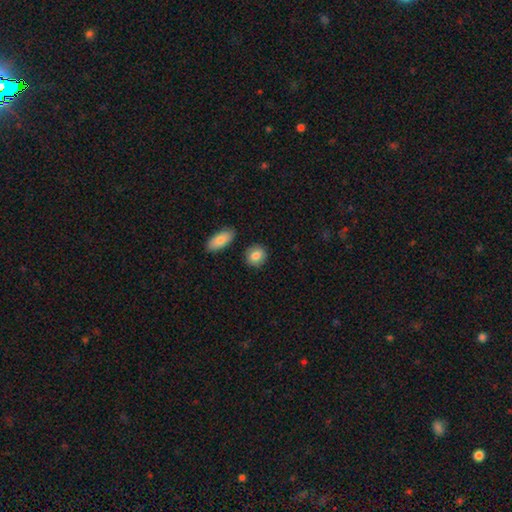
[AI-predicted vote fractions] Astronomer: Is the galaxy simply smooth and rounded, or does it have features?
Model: smooth — 86%.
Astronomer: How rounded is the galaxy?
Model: round — 76%.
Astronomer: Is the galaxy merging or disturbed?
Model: none — 87%.